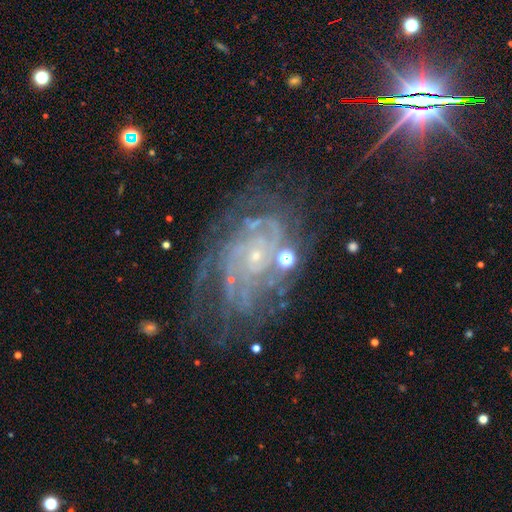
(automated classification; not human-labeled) Overall: featured or disk (82%). Edge-on disk: no (97%). Bar: no (75%). Spiral arms: yes (93%). Spiral arm count: can't tell (39%; 4 14%). Spiral winding: tight (66%; medium 27%). Bulge size: small (82%). Merging: none (61%; minor disturbance 21%).